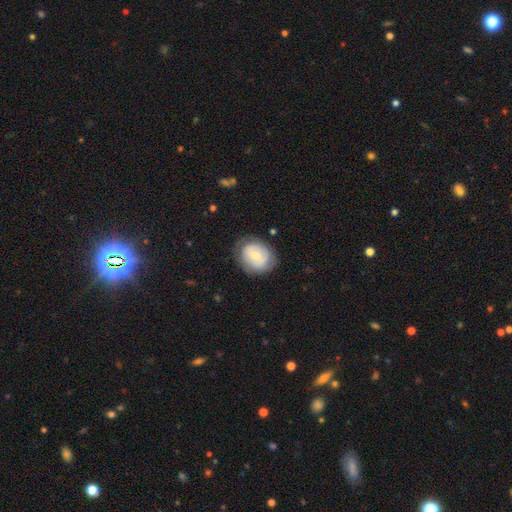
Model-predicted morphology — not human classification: type=smooth (50%); roundness=round (61%); merging=none (73%).